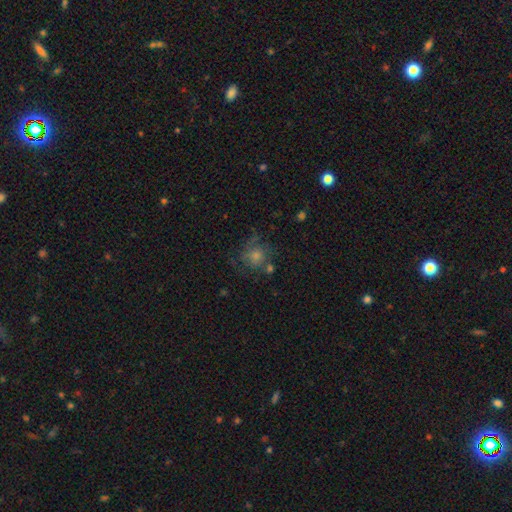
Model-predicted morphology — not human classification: Q: Smooth or featured?
A: smooth (44%); runner-up: featured or disk (31%)
Q: Merging?
A: none (65%); runner-up: minor disturbance (18%)